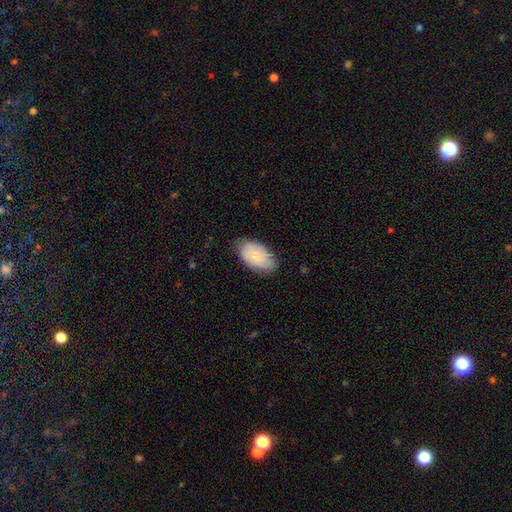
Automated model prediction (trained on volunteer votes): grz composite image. It shows a smooth galaxy with no disk features (70%) that is in between round and cigar-shaped (94%). Merging: none (75%).